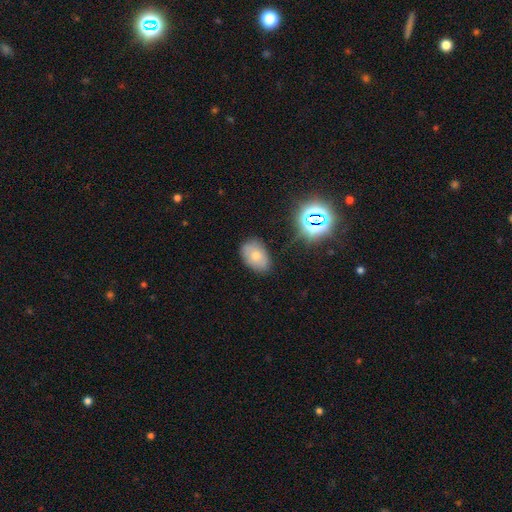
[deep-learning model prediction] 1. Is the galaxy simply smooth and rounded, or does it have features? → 71% smooth, 17% featured or disk, 12% star or artifact.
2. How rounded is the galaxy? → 86% in between, 13% round, 1% cigar-shaped.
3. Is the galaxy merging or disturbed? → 77% none, 17% minor disturbance, 4% major disturbance, 2% merger.